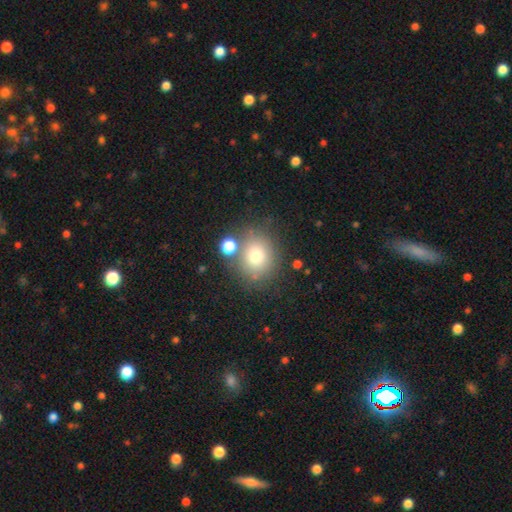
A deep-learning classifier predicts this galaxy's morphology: smooth_or_featured: smooth (p=0.75) [alt: star or artifact p=0.13]
how_rounded: round (p=0.80) [alt: in between p=0.19]
merging: none (p=0.71) [alt: merger p=0.13]